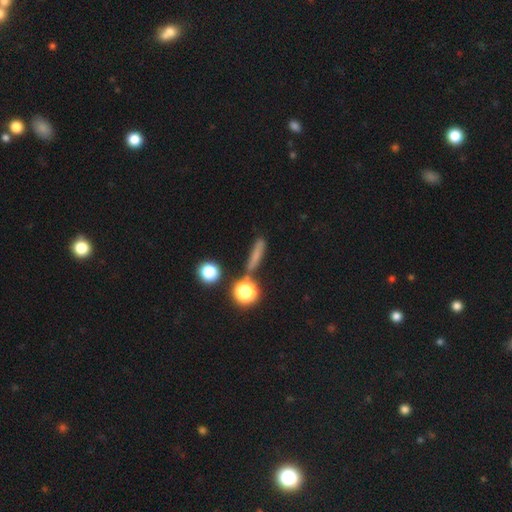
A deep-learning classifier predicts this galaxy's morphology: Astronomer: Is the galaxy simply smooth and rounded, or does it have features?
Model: smooth — 64%.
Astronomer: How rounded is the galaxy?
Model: cigar-shaped — 67%.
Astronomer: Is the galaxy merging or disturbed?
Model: none — 74%.